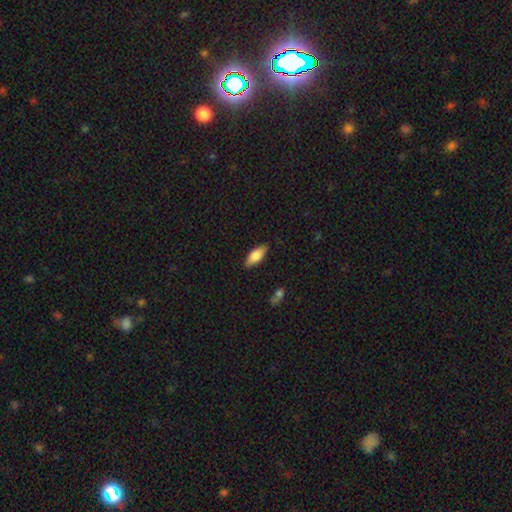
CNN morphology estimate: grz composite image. It shows a smooth galaxy with no disk features (77%) that is in between round and cigar-shaped (78%). Merging: none (84%).